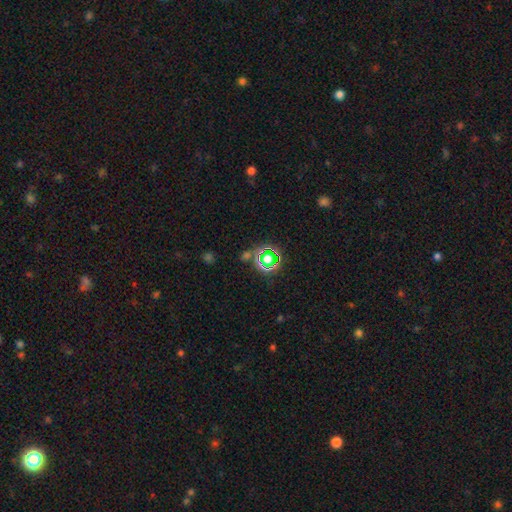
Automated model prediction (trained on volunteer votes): Smooth or featured? Predicted: star or artifact (p=0.71).